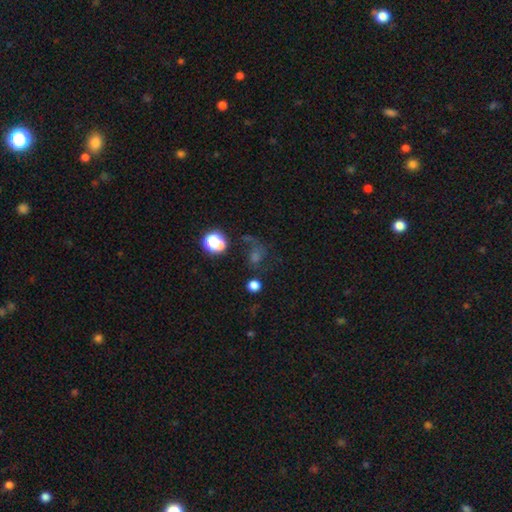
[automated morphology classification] Smooth or featured? Predicted: smooth (p=0.41). Merging? Predicted: none (p=0.52).